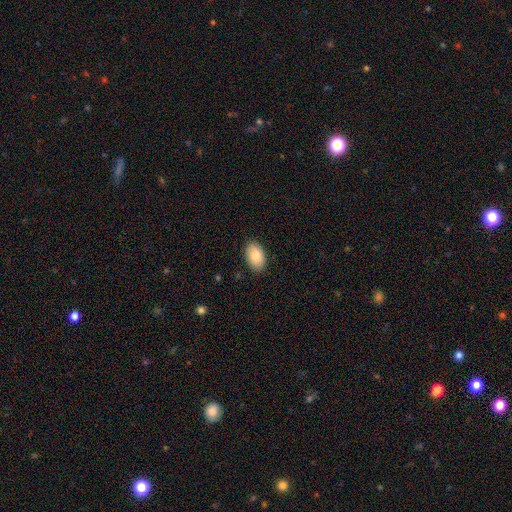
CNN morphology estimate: The model was most divided on "smooth or featured": smooth: 85%, featured or disk: 9%, star or artifact: 6%. More confident: how rounded — in between (92%); merging — none (87%).